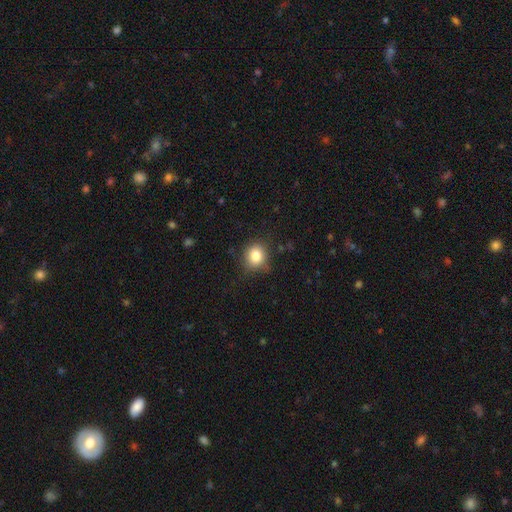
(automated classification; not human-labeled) Smooth or featured?
  - smooth: 83% *
  - star or artifact: 11%
  - featured or disk: 6%
How rounded?
  - round: 81% *
  - in between: 18%
  - cigar-shaped: 1%
Merging?
  - none: 81% *
  - minor disturbance: 14%
  - major disturbance: 3%
  - merger: 1%